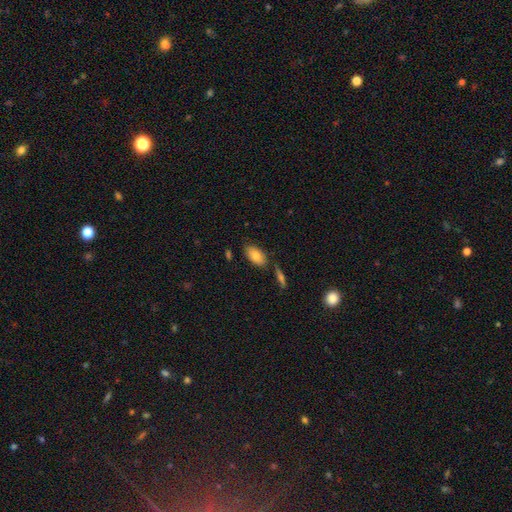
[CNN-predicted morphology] smooth-or-featured: smooth: 84% | featured or disk: 10% | star or artifact: 7%
  how-rounded: in between: 93% | cigar-shaped: 4% | round: 3%
  merging: none: 77% | minor disturbance: 13% | merger: 7% | major disturbance: 3%